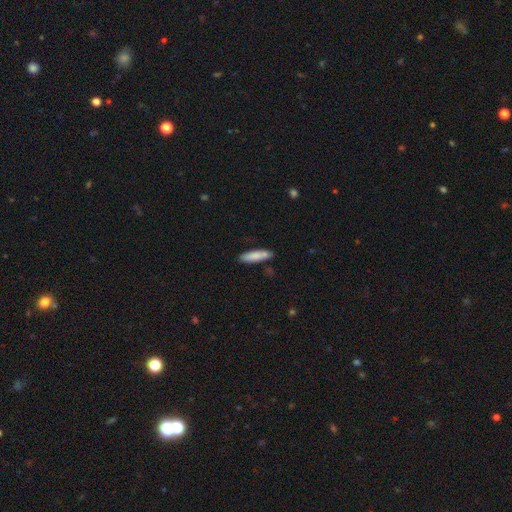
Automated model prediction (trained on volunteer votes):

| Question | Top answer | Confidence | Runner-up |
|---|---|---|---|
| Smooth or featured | smooth | 83% | featured or disk (11%) |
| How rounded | cigar-shaped | 73% | in between (25%) |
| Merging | none | 79% | minor disturbance (14%) |